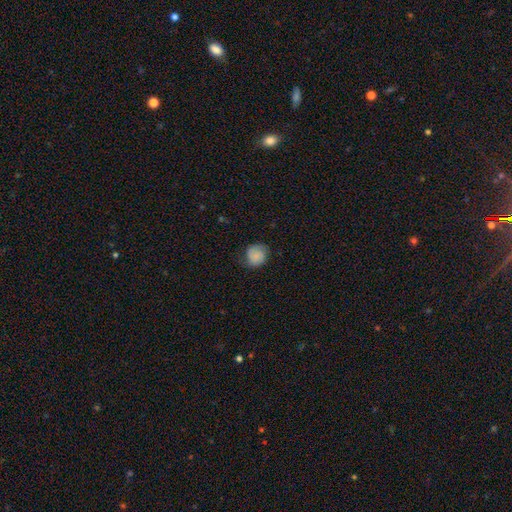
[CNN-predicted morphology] This appears to be a smooth galaxy with no disk features (81%) that is round (81%). Merging: none (67%).